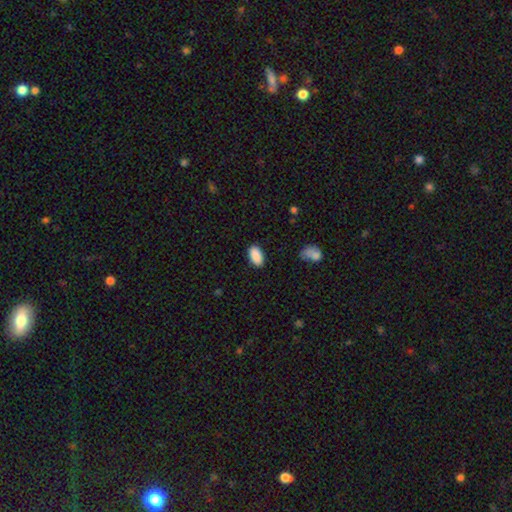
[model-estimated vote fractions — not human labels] Overall: smooth (90%). How rounded: in between (94%). Merging: none (87%).